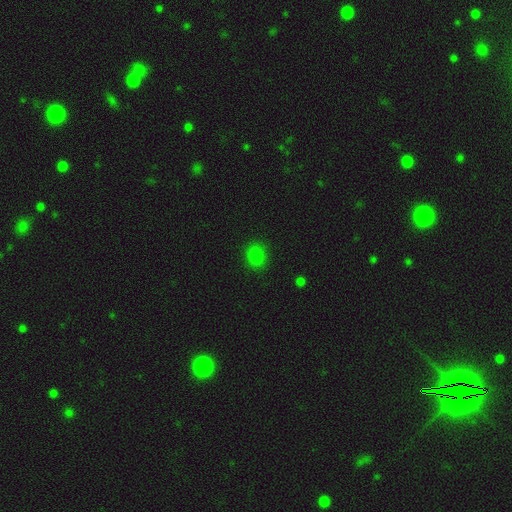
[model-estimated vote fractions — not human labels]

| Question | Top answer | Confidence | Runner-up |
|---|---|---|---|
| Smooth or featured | smooth | 82% | star or artifact (15%) |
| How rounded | round | 62% | in between (37%) |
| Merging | none | 87% | minor disturbance (9%) |